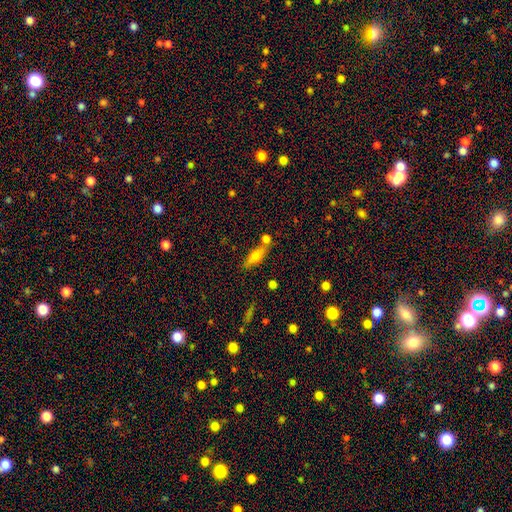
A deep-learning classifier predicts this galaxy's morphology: smooth 67%, featured or disk 25%, star or artifact 9%. Down the decision tree: how rounded — cigar-shaped (52%); merging — none (59%).